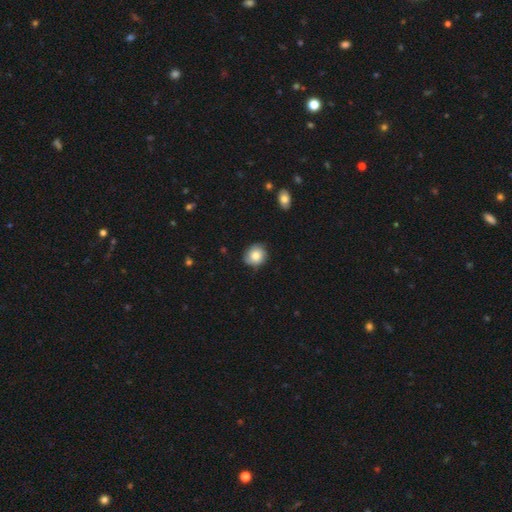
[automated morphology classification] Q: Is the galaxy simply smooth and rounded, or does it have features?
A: smooth — 73%.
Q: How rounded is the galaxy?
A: round — 82%.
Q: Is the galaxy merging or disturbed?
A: none — 78%.